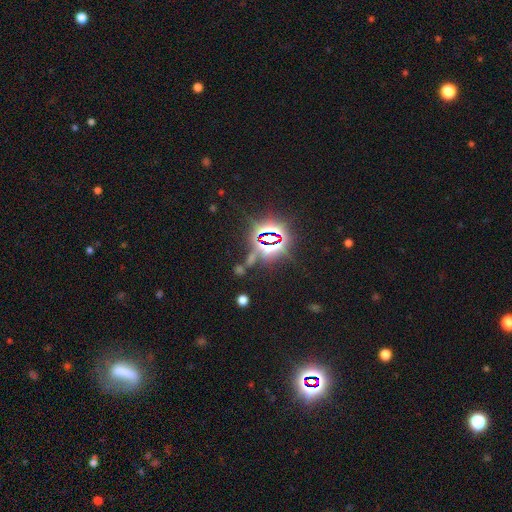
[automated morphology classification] The model was most divided on "smooth or featured": star or artifact: 81%, smooth: 11%, featured or disk: 8%.